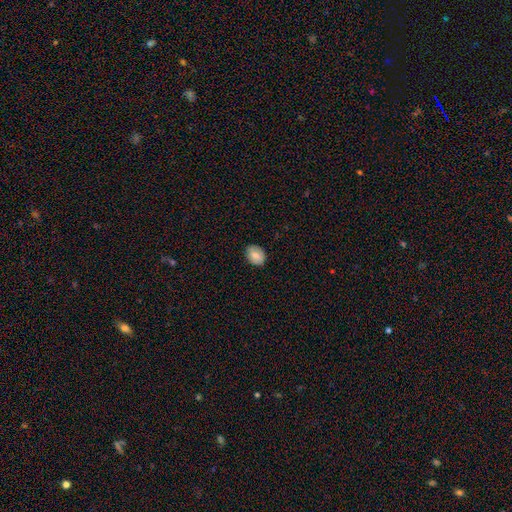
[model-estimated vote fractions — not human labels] Smooth or featured? smooth (76%)
How rounded? in between (66%)
Merging? none (86%)